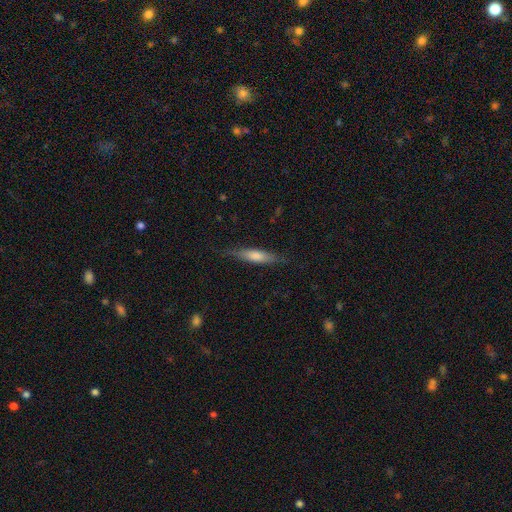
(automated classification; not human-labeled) smooth 55%, featured or disk 38%, star or artifact 6%. Down the decision tree: how rounded — cigar-shaped (83%); merging — none (81%).